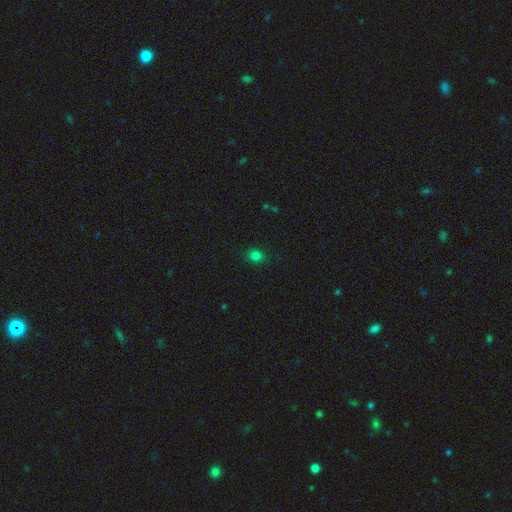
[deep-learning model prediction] Morphology: type=smooth (79%); roundness=round (73%); merging=none (88%).